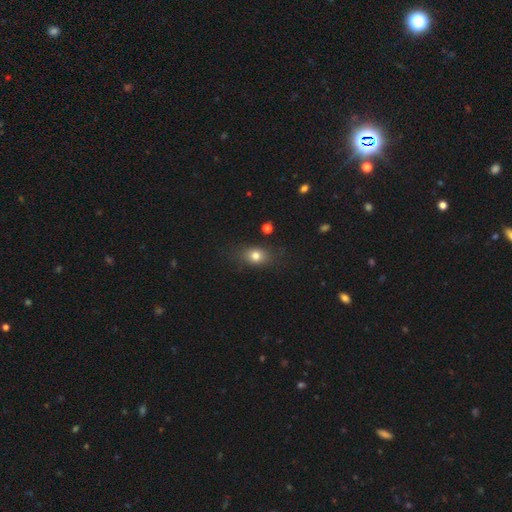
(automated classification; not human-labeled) Smooth or featured?
  - smooth: 78% *
  - star or artifact: 12%
  - featured or disk: 10%
How rounded?
  - in between: 62% *
  - round: 36%
  - cigar-shaped: 3%
Merging?
  - none: 77% *
  - minor disturbance: 15%
  - major disturbance: 5%
  - merger: 2%